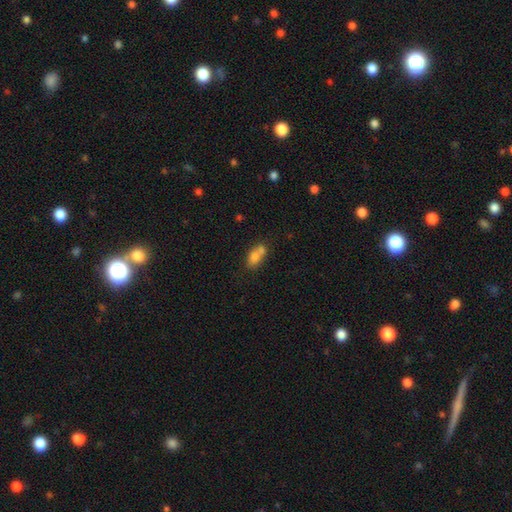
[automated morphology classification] smooth_or_featured: smooth (p=0.74) [alt: featured or disk p=0.16]
how_rounded: in between (p=0.77) [alt: round p=0.17]
merging: merger (p=0.47) [alt: none p=0.34]